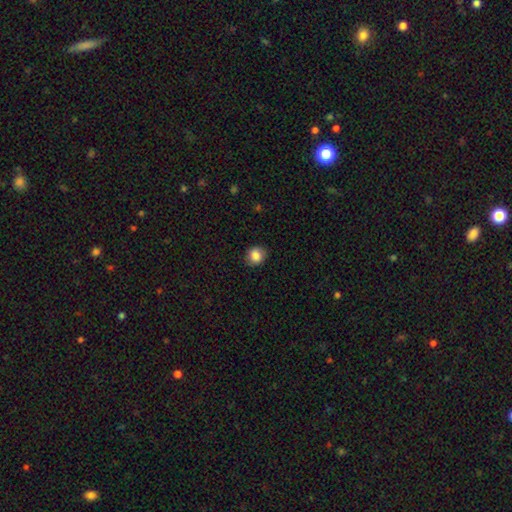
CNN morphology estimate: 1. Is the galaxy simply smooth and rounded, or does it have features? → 85% smooth, 9% star or artifact, 6% featured or disk.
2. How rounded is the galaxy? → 79% round, 20% in between, 1% cigar-shaped.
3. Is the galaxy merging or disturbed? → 88% none, 8% minor disturbance, 2% major disturbance, 1% merger.